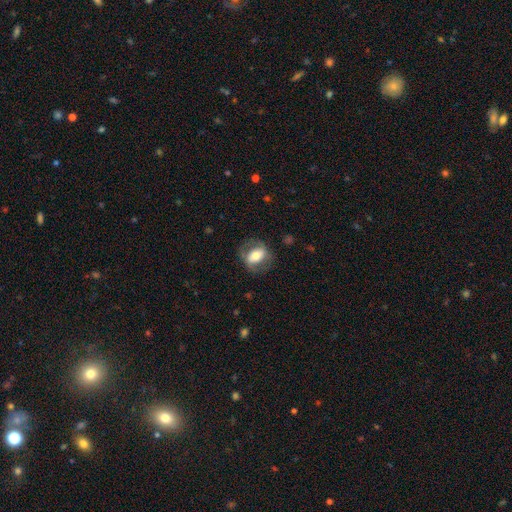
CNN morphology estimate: type=smooth (50%); roundness=in between (71%); merging=none (70%).